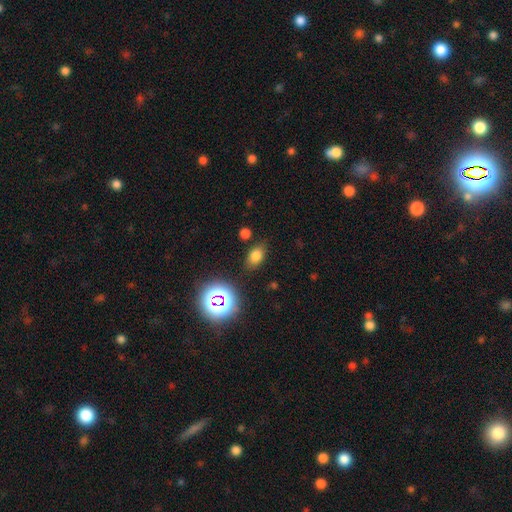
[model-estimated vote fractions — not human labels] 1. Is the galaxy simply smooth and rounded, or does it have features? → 73% smooth, 19% star or artifact, 8% featured or disk.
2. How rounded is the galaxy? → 81% in between, 16% round, 2% cigar-shaped.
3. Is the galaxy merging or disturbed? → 80% none, 13% minor disturbance, 4% major disturbance, 3% merger.